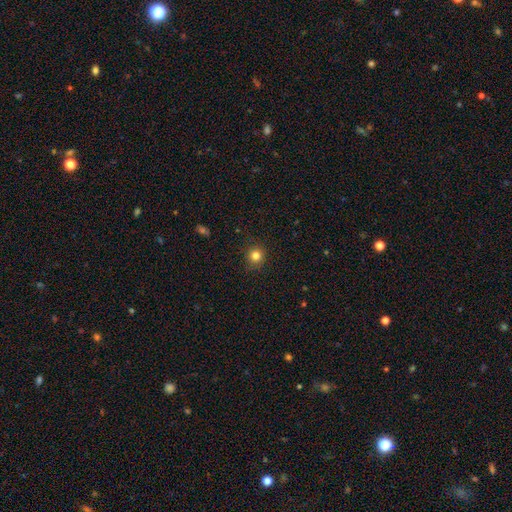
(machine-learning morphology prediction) A smooth galaxy with no disk features (82%) that is round (92%).

Vote fractions:
- Smooth or featured? smooth: 82% / star or artifact: 13% / featured or disk: 5%
- How rounded? round: 92% / in between: 7% / cigar-shaped: 1%
- Merging? none: 89% / minor disturbance: 8% / major disturbance: 2% / merger: 1%